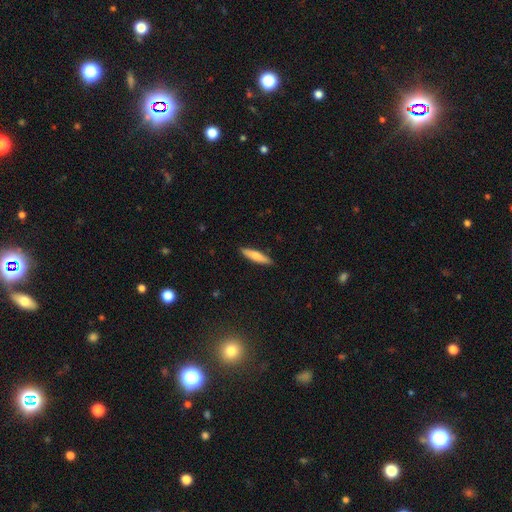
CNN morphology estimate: Smooth or featured? Predicted: smooth (p=0.70). How rounded? Predicted: cigar-shaped (p=0.83). Merging? Predicted: none (p=0.89).